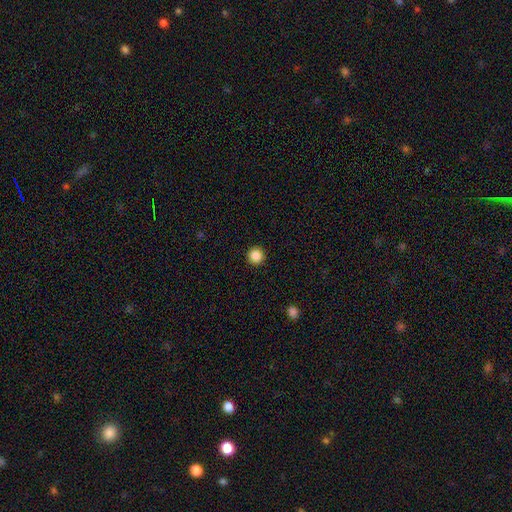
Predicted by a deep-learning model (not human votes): Overall: smooth (87%). How rounded: round (96%). Merging: none (93%).